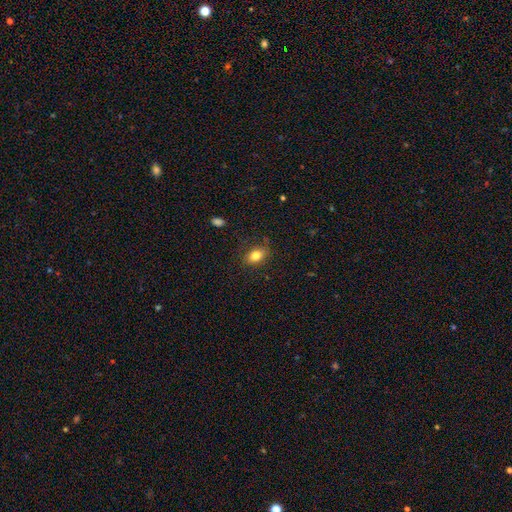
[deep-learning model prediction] Smooth or featured: smooth — 82% (star or artifact — 9%)
How rounded: in between — 81% (round — 18%)
Merging: none — 80% (minor disturbance — 14%)